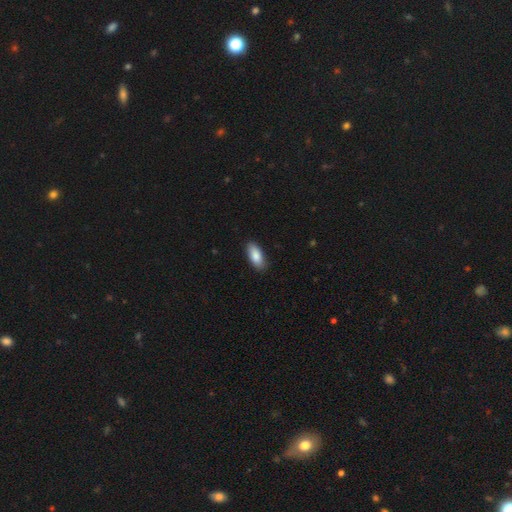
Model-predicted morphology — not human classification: The model was most divided on "merging": none: 85%, minor disturbance: 12%, major disturbance: 2%, merger: 1%. More confident: how rounded — in between (86%); smooth or featured — smooth (86%).